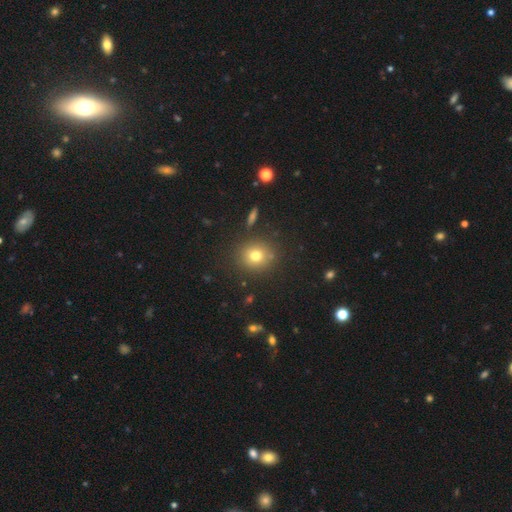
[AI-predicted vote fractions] smooth-or-featured: smooth: 75% | star or artifact: 15% | featured or disk: 10%
  how-rounded: round: 87% | in between: 12% | cigar-shaped: 1%
  merging: none: 86% | minor disturbance: 8% | merger: 3% | major disturbance: 3%